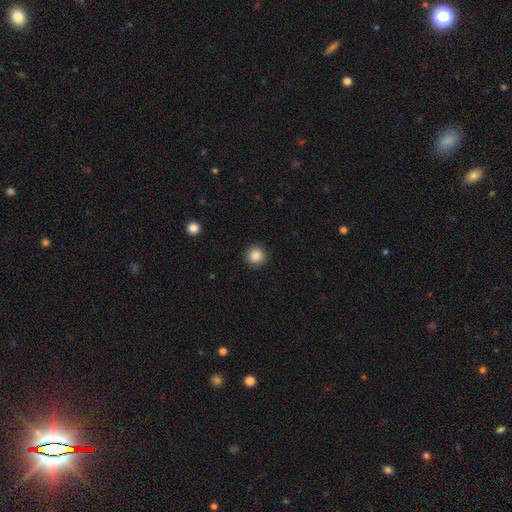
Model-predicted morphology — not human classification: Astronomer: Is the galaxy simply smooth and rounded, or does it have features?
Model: smooth — 87%.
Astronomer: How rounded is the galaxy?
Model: round — 94%.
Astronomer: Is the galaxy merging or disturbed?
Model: none — 92%.